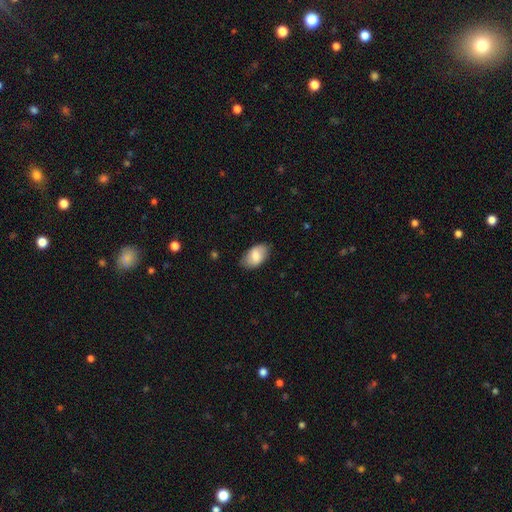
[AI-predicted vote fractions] Smooth or featured: smooth — 77% (featured or disk — 17%)
How rounded: in between — 93% (round — 5%)
Merging: none — 80% (minor disturbance — 16%)